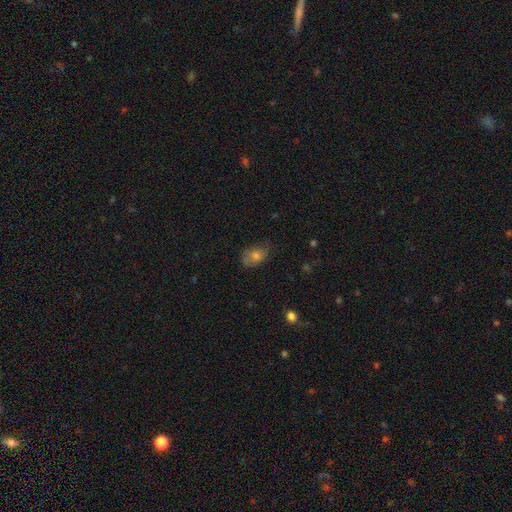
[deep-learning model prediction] Smooth or featured? smooth (61%)
How rounded? in between (80%)
Merging? none (58%)